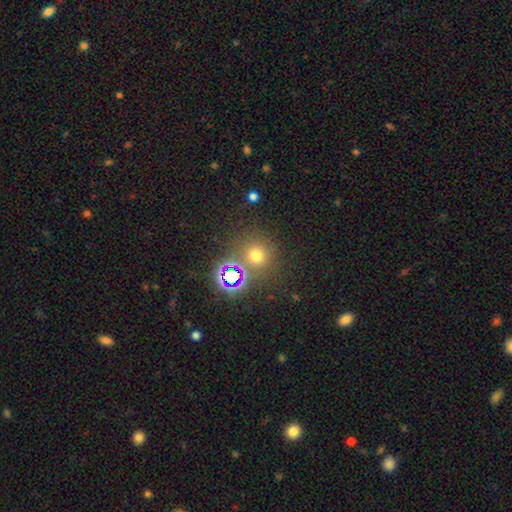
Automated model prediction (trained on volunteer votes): This is likely a smooth galaxy (60%). How rounded: clearly round (91%). Merging: likely none (78%).